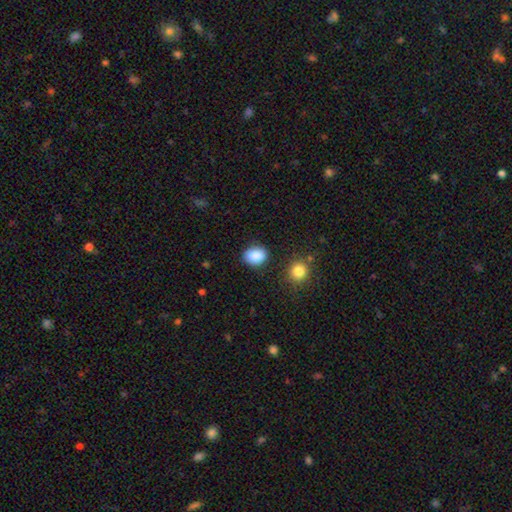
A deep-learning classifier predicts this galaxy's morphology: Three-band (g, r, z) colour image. It shows a smooth galaxy with no disk features (87%) that is round (50%). Merging: none (83%).